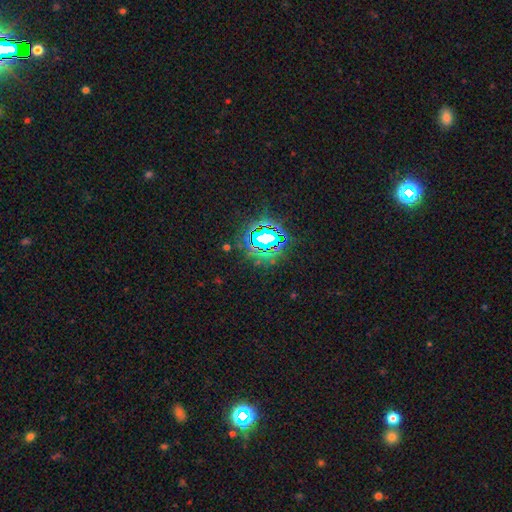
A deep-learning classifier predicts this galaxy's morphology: smooth-or-featured: star or artifact: 80% | smooth: 12% | featured or disk: 7%